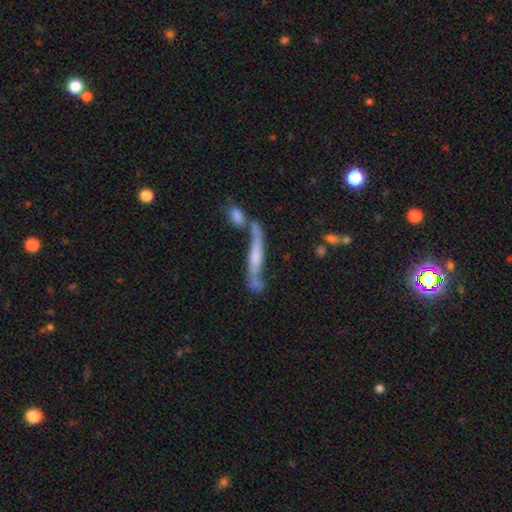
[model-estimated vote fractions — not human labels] Smooth or featured? featured or disk (60%)
Edge-on disk? yes (71%)
Merging? none (42%)